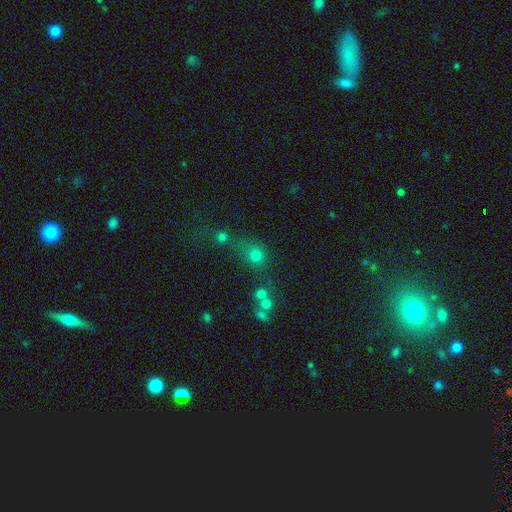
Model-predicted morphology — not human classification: Smooth or featured? smooth (72%)
How rounded? round (83%)
Merging? none (59%)